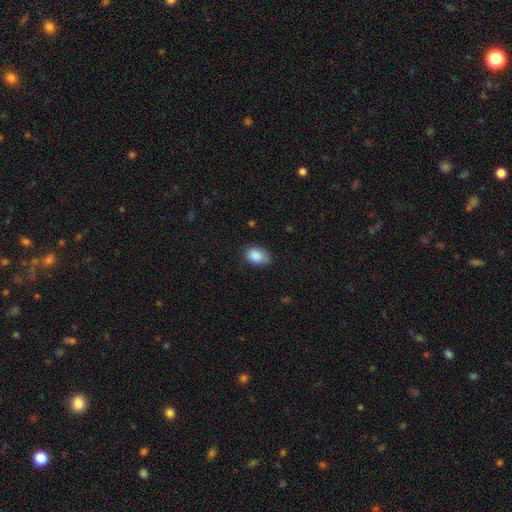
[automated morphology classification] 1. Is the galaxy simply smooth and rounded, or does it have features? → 88% smooth, 7% star or artifact, 5% featured or disk.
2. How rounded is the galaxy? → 81% in between, 18% round, 1% cigar-shaped.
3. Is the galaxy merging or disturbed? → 71% none, 23% minor disturbance, 4% major disturbance, 1% merger.